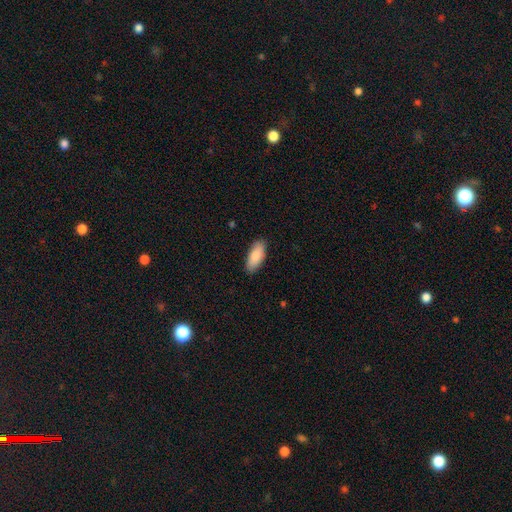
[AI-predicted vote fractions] Smooth or featured? Predicted: smooth (p=0.87). How rounded? Predicted: in between (p=0.86). Merging? Predicted: none (p=0.87).